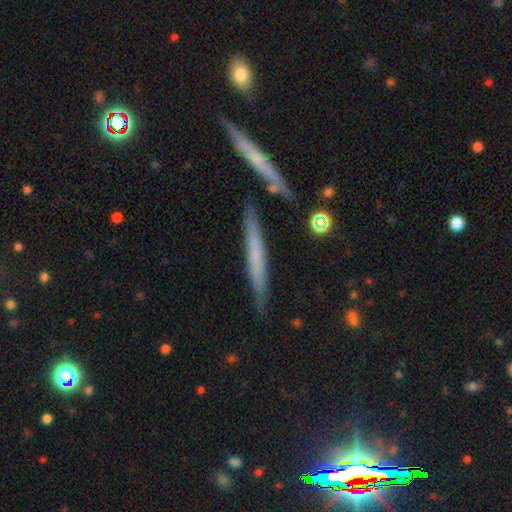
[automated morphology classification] type=featured or disk (46%, tied with smooth); merging=none (80%).